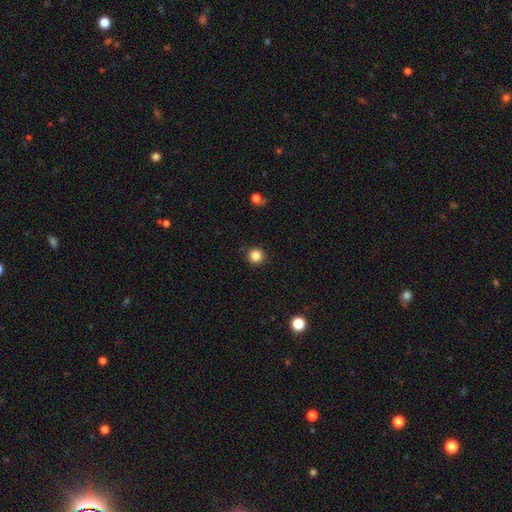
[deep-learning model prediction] Smooth or featured? Predicted: smooth (p=0.85). How rounded? Predicted: round (p=0.95). Merging? Predicted: none (p=0.91).